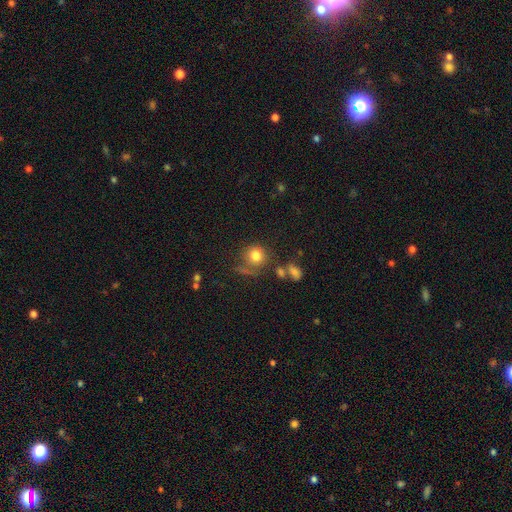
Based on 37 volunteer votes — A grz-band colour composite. It shows a smooth galaxy with no disk features (73%) that is round (74%). Merging: none (47%).